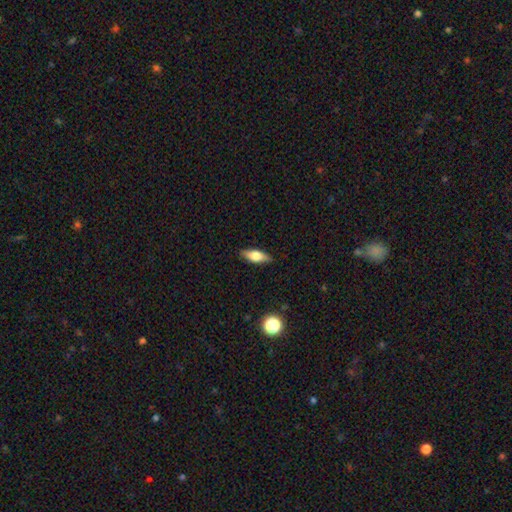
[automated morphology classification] This appears to be a smooth galaxy with no disk features (64%) that is in between round and cigar-shaped (65%). Merging: none (87%).